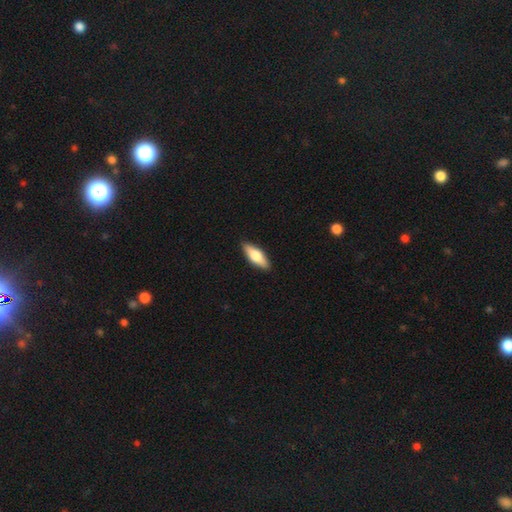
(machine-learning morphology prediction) Smooth or featured?
  - smooth: 62% *
  - featured or disk: 33%
  - star or artifact: 5%
How rounded?
  - in between: 58% *
  - cigar-shaped: 39%
  - round: 2%
Merging?
  - none: 90% *
  - minor disturbance: 8%
  - major disturbance: 2%
  - merger: 1%